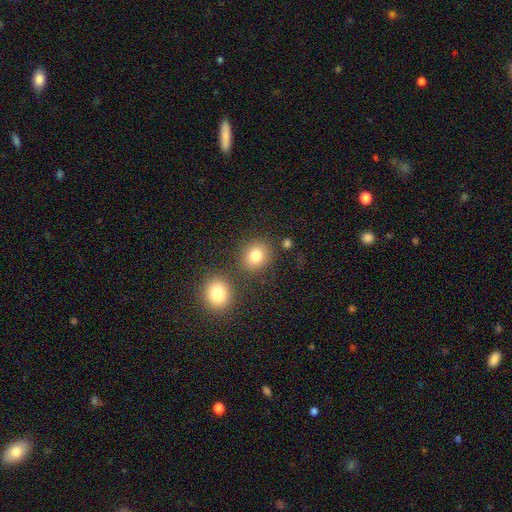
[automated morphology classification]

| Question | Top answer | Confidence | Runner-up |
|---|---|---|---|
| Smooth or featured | smooth | 80% | star or artifact (12%) |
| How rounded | round | 78% | in between (21%) |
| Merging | none | 78% | merger (10%) |